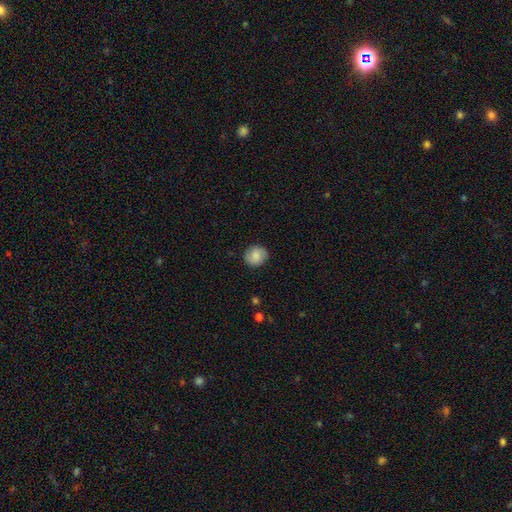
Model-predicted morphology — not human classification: smooth-or-featured: smooth: 79% | featured or disk: 14% | star or artifact: 8%
  how-rounded: round: 79% | in between: 20% | cigar-shaped: 1%
  merging: none: 86% | minor disturbance: 10% | major disturbance: 3% | merger: 1%